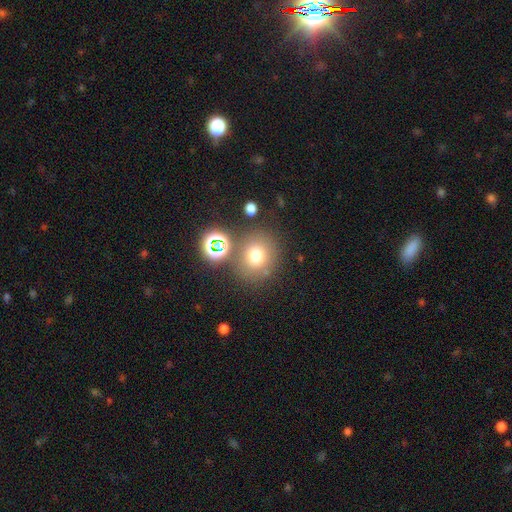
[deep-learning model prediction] Smooth or featured? Predicted: smooth (p=0.71). How rounded? Predicted: round (p=0.85). Merging? Predicted: none (p=0.75).